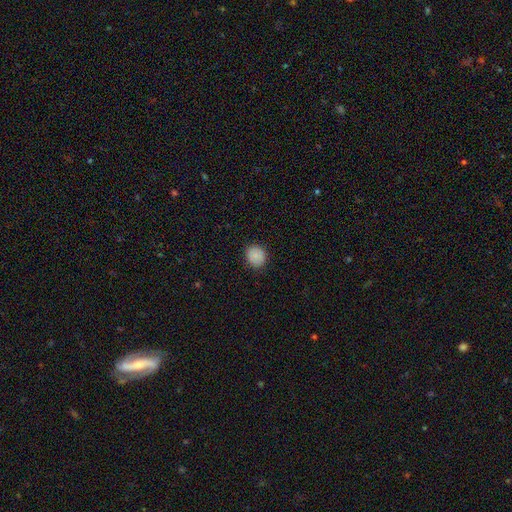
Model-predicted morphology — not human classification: This appears to be a smooth galaxy with no disk features (87%) that is round (75%). Merging: none (87%).